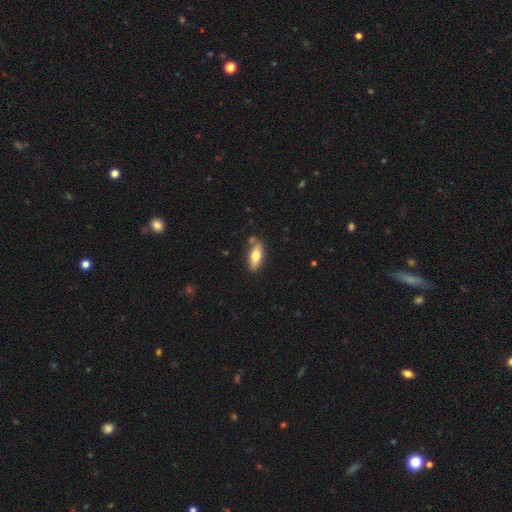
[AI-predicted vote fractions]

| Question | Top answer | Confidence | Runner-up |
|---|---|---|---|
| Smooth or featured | smooth | 65% | featured or disk (29%) |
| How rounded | in between | 70% | cigar-shaped (26%) |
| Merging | none | 80% | minor disturbance (13%) |